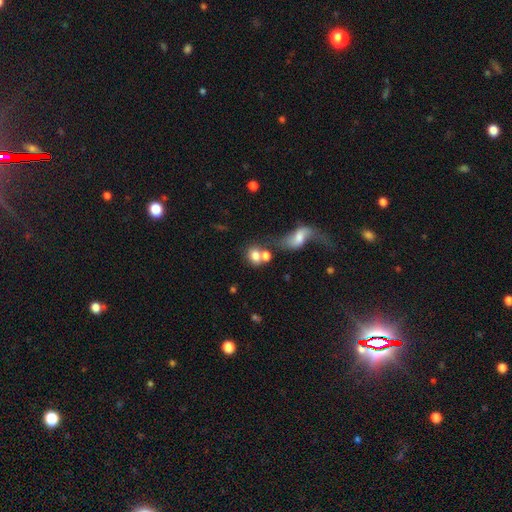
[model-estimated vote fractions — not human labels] Overall: smooth (73%). How rounded: round (50%; in between 48%). Merging: merger (49%; none 33%).